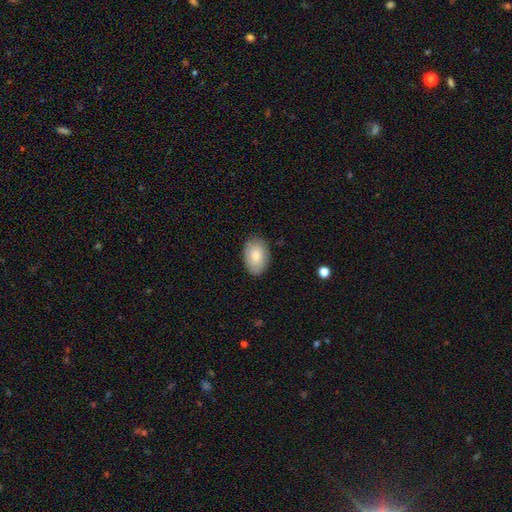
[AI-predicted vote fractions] smooth_or_featured: smooth (p=0.79) [alt: featured or disk p=0.15]
how_rounded: in between (p=0.88) [alt: round p=0.11]
merging: none (p=0.85) [alt: minor disturbance p=0.12]